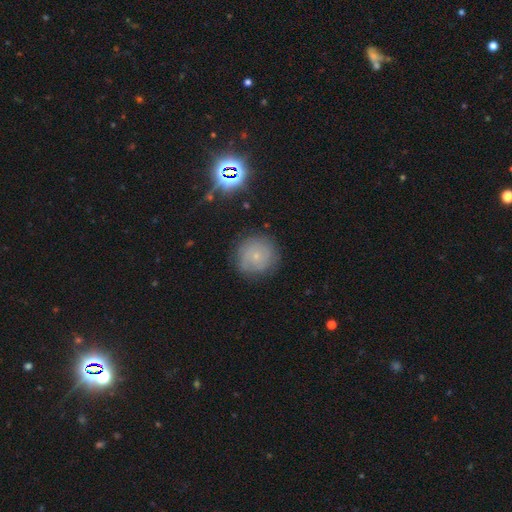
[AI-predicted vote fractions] Q: Smooth or featured?
A: smooth (55%); runner-up: featured or disk (30%)
Q: How rounded?
A: round (93%); runner-up: in between (6%)
Q: Merging?
A: none (79%); runner-up: minor disturbance (15%)